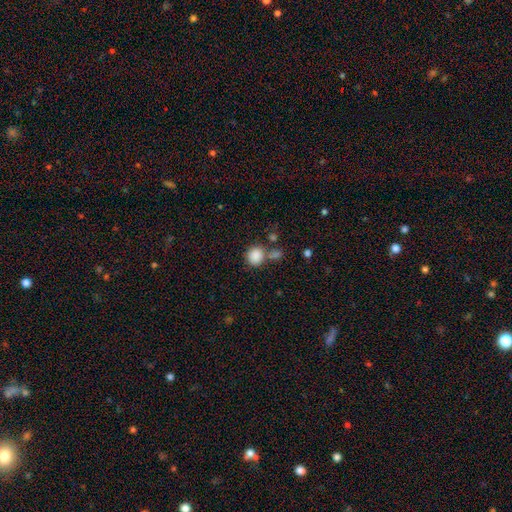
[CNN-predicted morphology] Smooth or featured: smooth — 86% (star or artifact — 9%)
How rounded: round — 80% (in between — 19%)
Merging: none — 62% (merger — 22%)